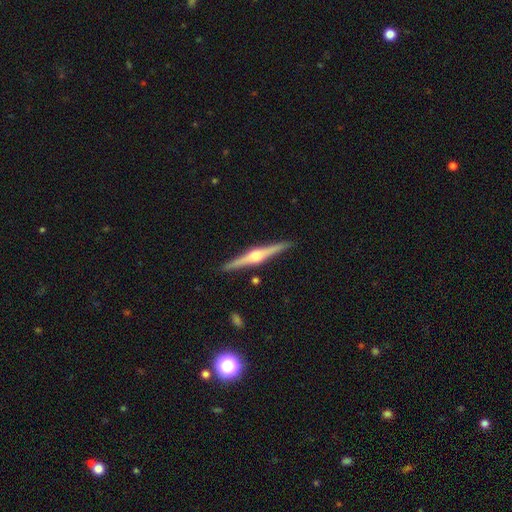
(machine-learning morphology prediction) type=featured or disk (80%); edge-on=yes (98%); edge-on bulge=rounded (87%); merging=none (91%).